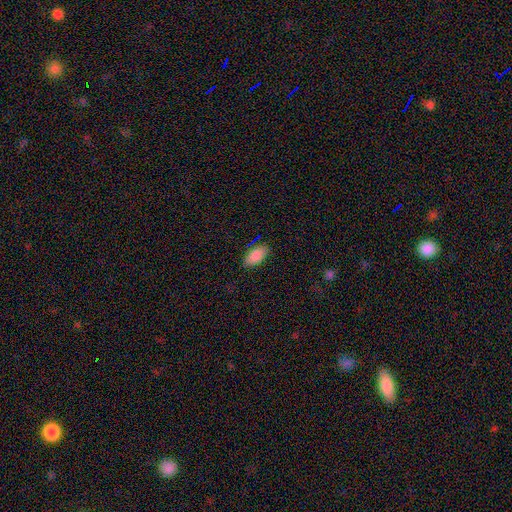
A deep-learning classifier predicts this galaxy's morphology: smooth_or_featured: smooth (p=0.87) [alt: star or artifact p=0.07]
how_rounded: in between (p=0.94) [alt: cigar-shaped p=0.03]
merging: none (p=0.84) [alt: minor disturbance p=0.12]